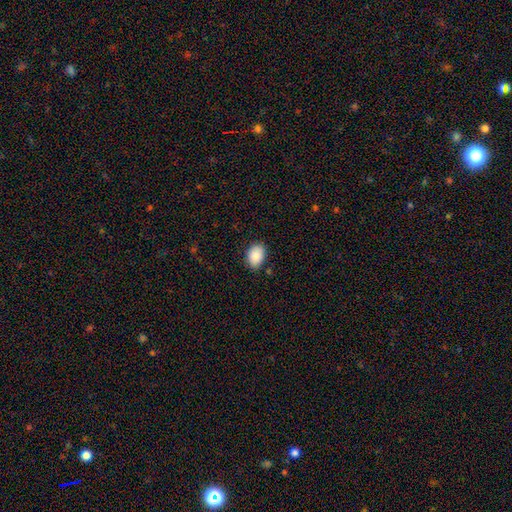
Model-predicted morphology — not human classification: Q: Smooth or featured?
A: smooth (88%); runner-up: star or artifact (7%)
Q: How rounded?
A: in between (83%); runner-up: round (16%)
Q: Merging?
A: none (85%); runner-up: minor disturbance (11%)